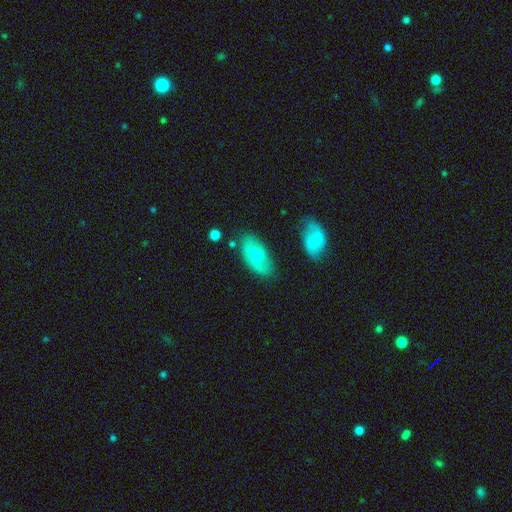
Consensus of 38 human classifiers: Morphology: type=smooth (47%, tied with featured or disk); roundness=in between (100%); merging=none (47%).